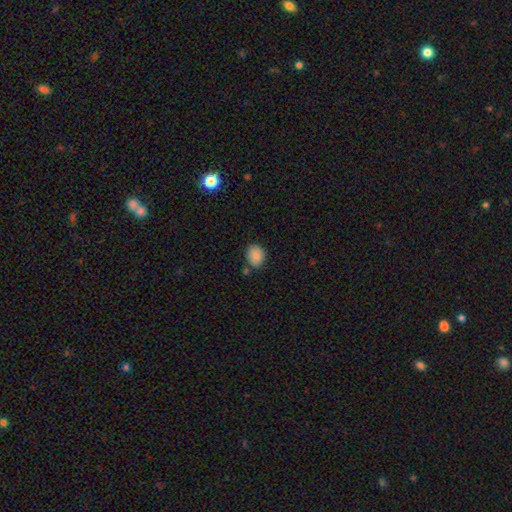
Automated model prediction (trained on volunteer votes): Morphology: type=smooth (86%); roundness=round (57%); merging=none (72%).